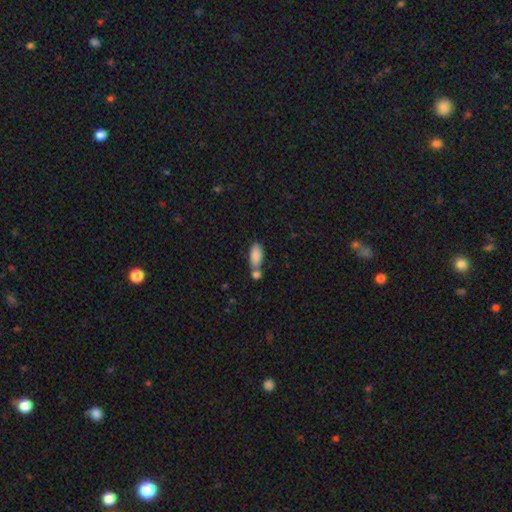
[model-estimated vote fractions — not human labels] Morphology: type=smooth (85%); roundness=in between (83%); merging=none (44%).